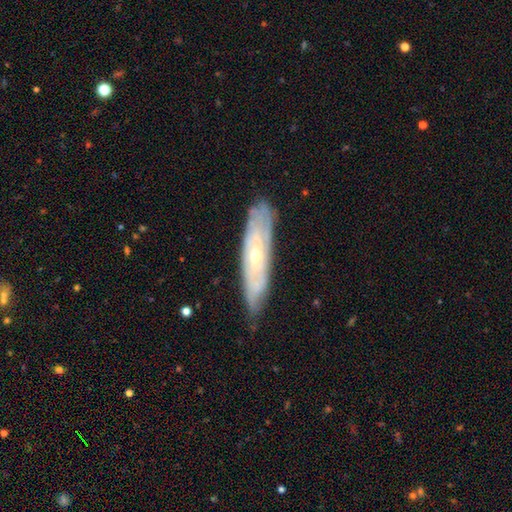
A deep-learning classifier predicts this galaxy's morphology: type=featured or disk (74%); edge-on=no (67%); merging=none (76%).